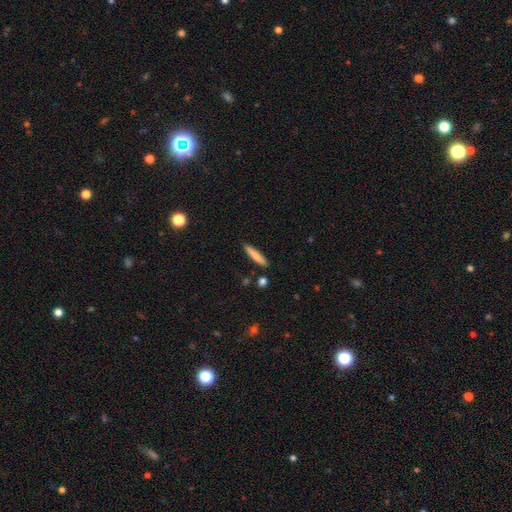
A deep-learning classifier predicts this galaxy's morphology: This is likely a smooth galaxy (74%). How rounded: clearly cigar-shaped (89%). Merging: clearly none (88%).